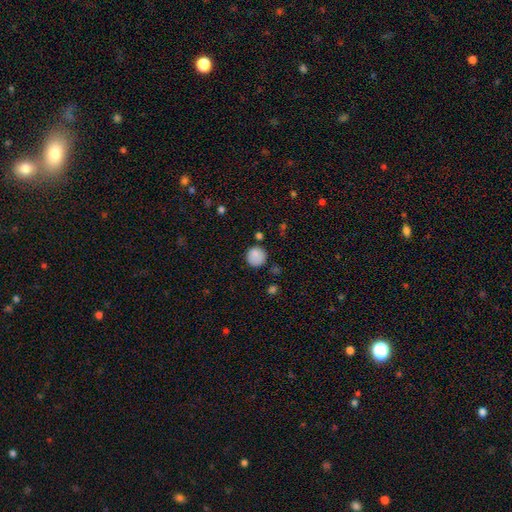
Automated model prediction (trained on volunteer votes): A smooth galaxy with no disk features (85%) that is round (93%).

Vote fractions:
- Smooth or featured? smooth: 85% / star or artifact: 9% / featured or disk: 6%
- How rounded? round: 93% / in between: 7% / cigar-shaped: 1%
- Merging? none: 78% / minor disturbance: 15% / major disturbance: 4% / merger: 3%